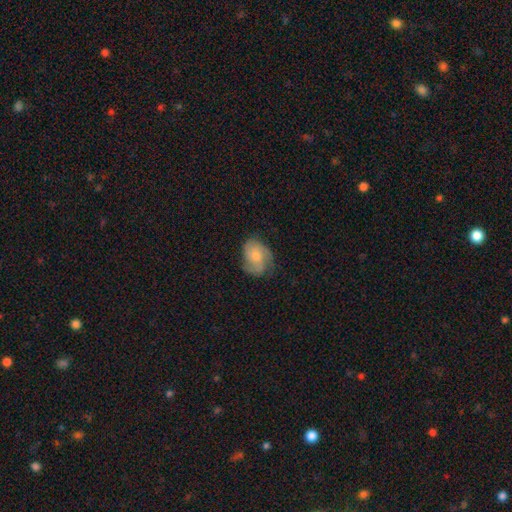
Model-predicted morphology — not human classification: This is possibly a featured or disk galaxy (51%). It is clearly not viewed edge-on (97%). Merging: likely none (62%).